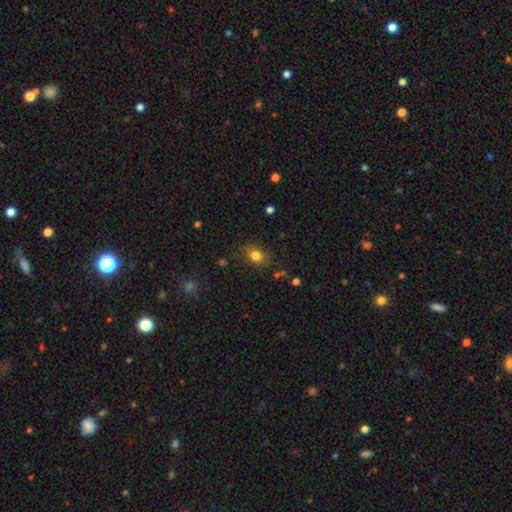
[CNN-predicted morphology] The model was most divided on "how rounded": in between: 59%, round: 40%, cigar-shaped: 1%. More confident: smooth or featured — smooth (81%); merging — none (80%).